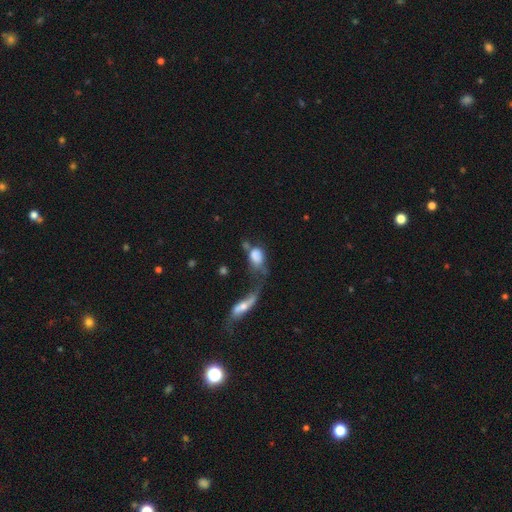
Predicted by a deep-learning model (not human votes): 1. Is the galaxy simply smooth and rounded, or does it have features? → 69% smooth, 22% featured or disk, 9% star or artifact.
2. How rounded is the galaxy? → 78% in between, 18% round, 5% cigar-shaped.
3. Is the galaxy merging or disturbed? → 47% merger, 23% major disturbance, 16% none, 13% minor disturbance.